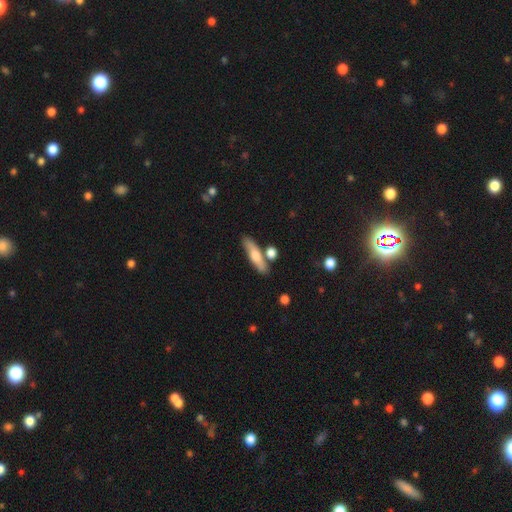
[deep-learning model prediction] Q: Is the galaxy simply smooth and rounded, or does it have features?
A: smooth — 59%.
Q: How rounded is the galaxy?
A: cigar-shaped — 71%.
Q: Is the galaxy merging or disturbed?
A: none — 72%.